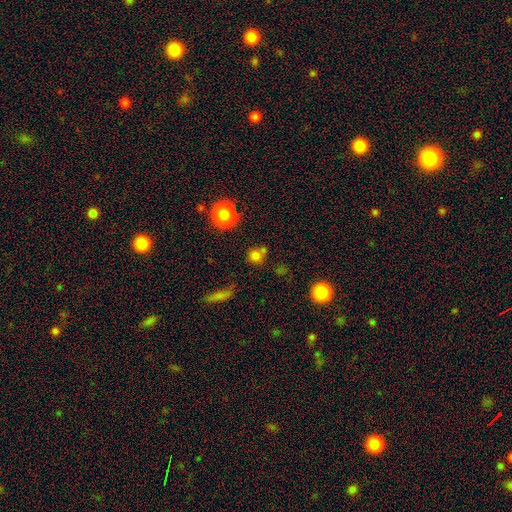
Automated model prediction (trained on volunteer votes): This appears to be a smooth galaxy with no disk features (72%) that is round (87%). Merging: none (64%).